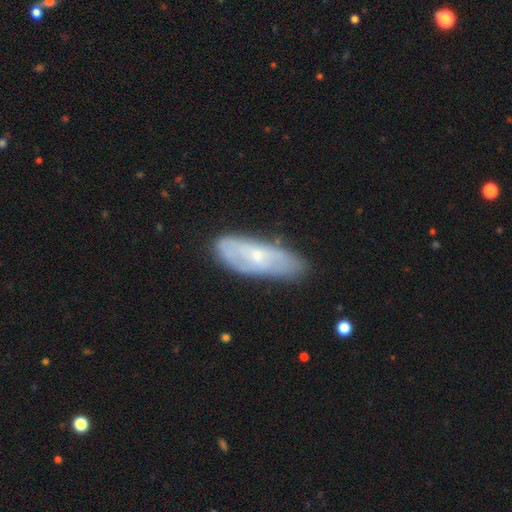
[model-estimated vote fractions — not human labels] A featured or disk galaxy (48%).

Vote fractions:
- Smooth or featured? featured or disk: 48% / smooth: 45% / star or artifact: 7%
- Merging? none: 66% / minor disturbance: 24% / major disturbance: 7% / merger: 3%